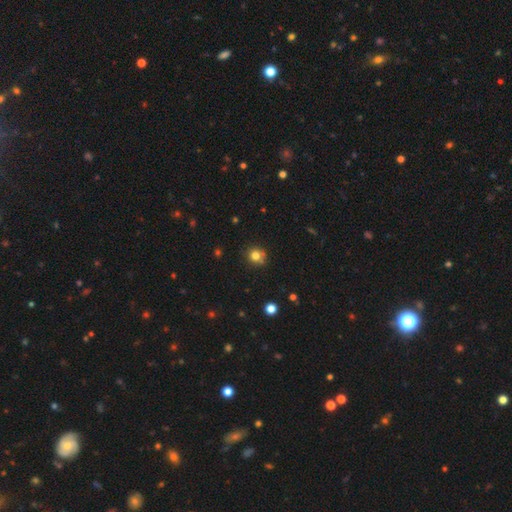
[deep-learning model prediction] Morphology: type=smooth (79%); roundness=round (86%); merging=none (76%).